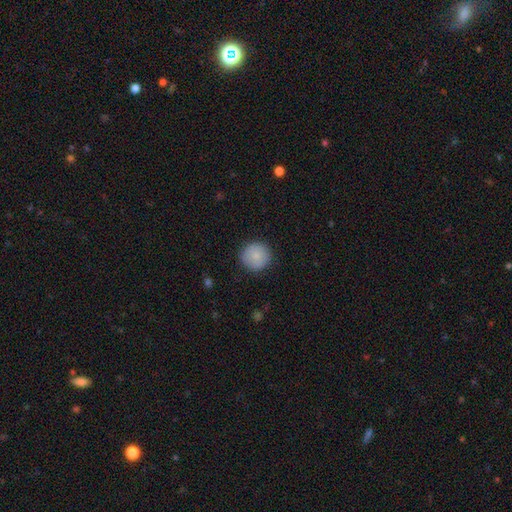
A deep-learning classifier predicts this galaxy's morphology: This is clearly a smooth galaxy (83%). How rounded: clearly round (94%). Merging: clearly none (87%).